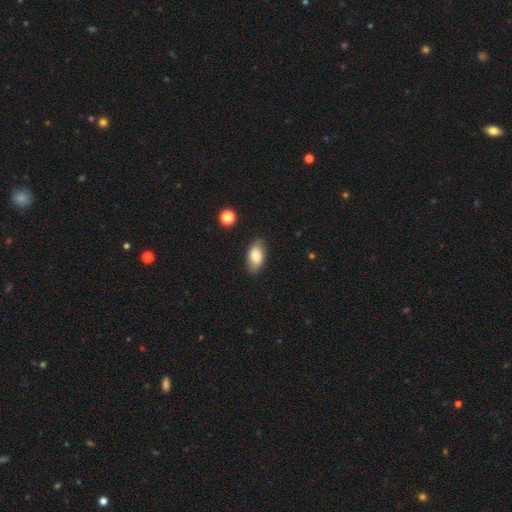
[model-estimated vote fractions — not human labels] This is likely a smooth galaxy (80%). How rounded: clearly in between (91%). Merging: clearly none (83%).